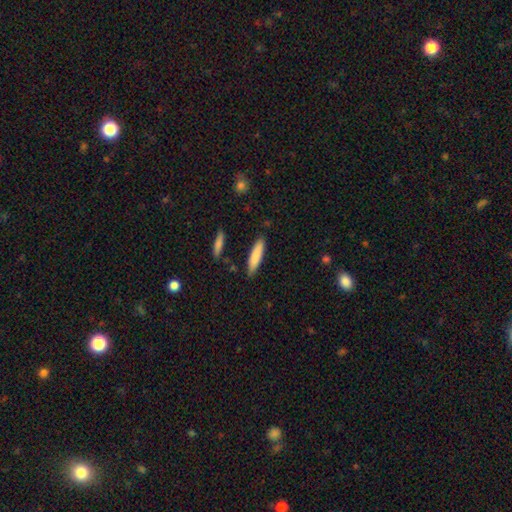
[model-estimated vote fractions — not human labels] Q: Smooth or featured?
A: smooth (83%); runner-up: featured or disk (11%)
Q: How rounded?
A: cigar-shaped (76%); runner-up: in between (23%)
Q: Merging?
A: none (86%); runner-up: minor disturbance (10%)